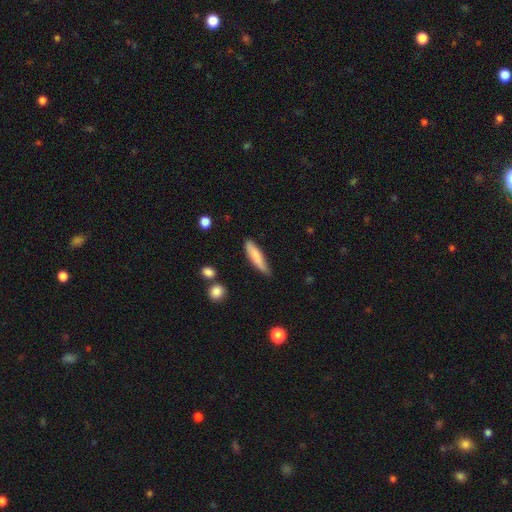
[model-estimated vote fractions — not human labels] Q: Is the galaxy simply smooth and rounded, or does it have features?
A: smooth — 78%.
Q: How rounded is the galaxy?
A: cigar-shaped — 80%.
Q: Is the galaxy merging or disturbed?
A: none — 65%.